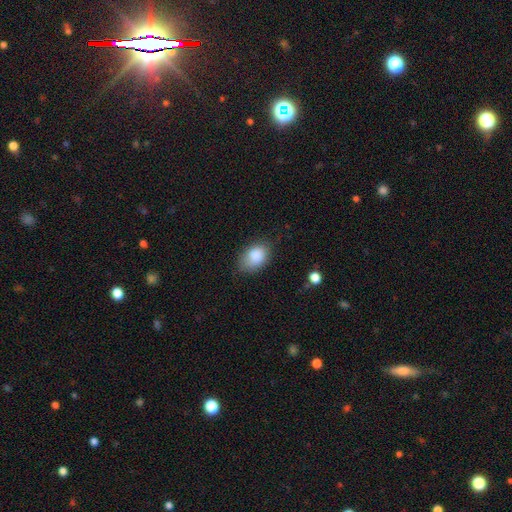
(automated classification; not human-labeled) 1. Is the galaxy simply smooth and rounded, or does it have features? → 87% smooth, 8% star or artifact, 6% featured or disk.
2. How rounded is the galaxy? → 83% in between, 16% round, 1% cigar-shaped.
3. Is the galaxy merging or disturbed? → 71% none, 22% minor disturbance, 5% major disturbance, 1% merger.